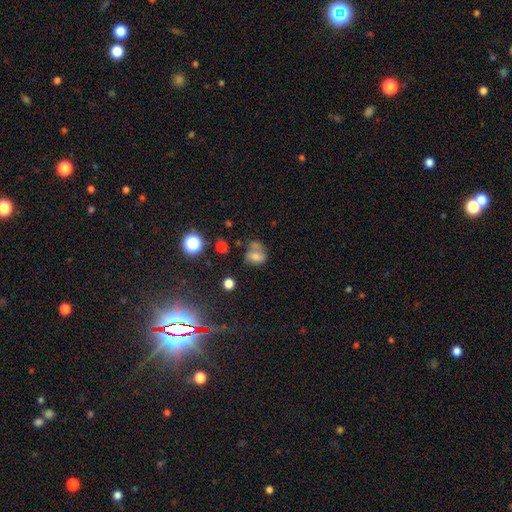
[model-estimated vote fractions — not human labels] smooth-or-featured: smooth: 62% | featured or disk: 22% | star or artifact: 16%
  how-rounded: in between: 52% | round: 46% | cigar-shaped: 1%
  merging: none: 35% | minor disturbance: 24% | merger: 21% | major disturbance: 20%